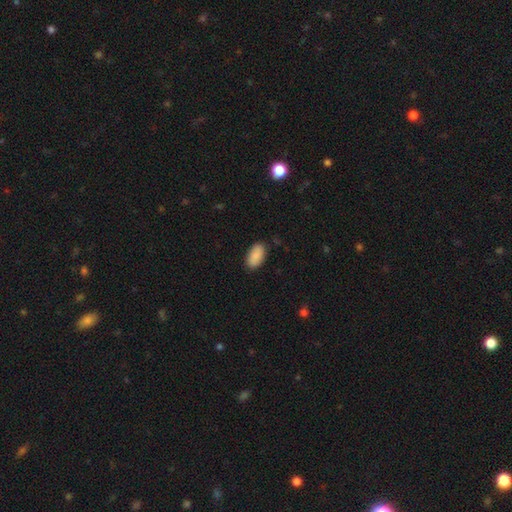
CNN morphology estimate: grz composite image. It shows a smooth galaxy with no disk features (90%) that is in between round and cigar-shaped (94%). Merging: none (87%).